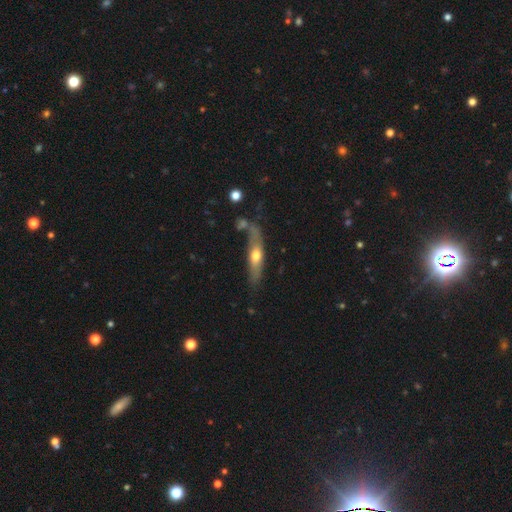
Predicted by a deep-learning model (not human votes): Overall: smooth (47%, tied with featured or disk). Merging: none (62%).